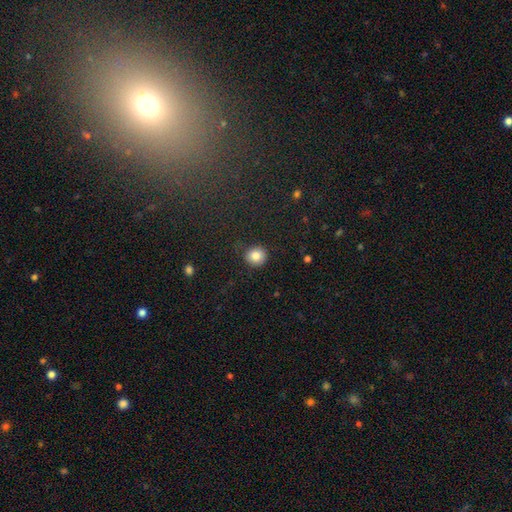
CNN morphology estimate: Smooth or featured?
  - smooth: 84% *
  - star or artifact: 10%
  - featured or disk: 6%
How rounded?
  - round: 89% *
  - in between: 10%
  - cigar-shaped: 1%
Merging?
  - none: 88% *
  - minor disturbance: 8%
  - major disturbance: 2%
  - merger: 1%